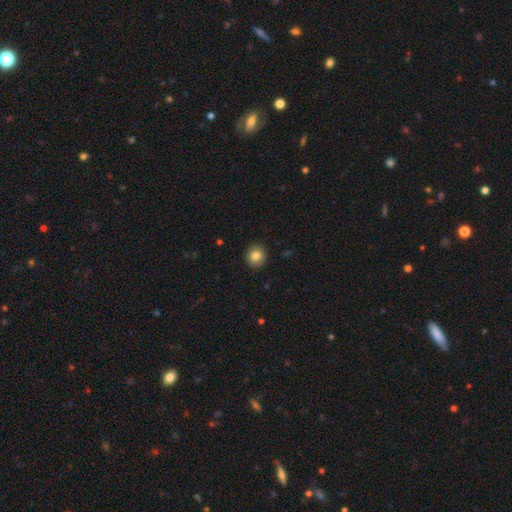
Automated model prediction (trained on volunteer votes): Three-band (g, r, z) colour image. It shows a smooth galaxy with no disk features (83%) that is round (83%). Merging: none (91%).